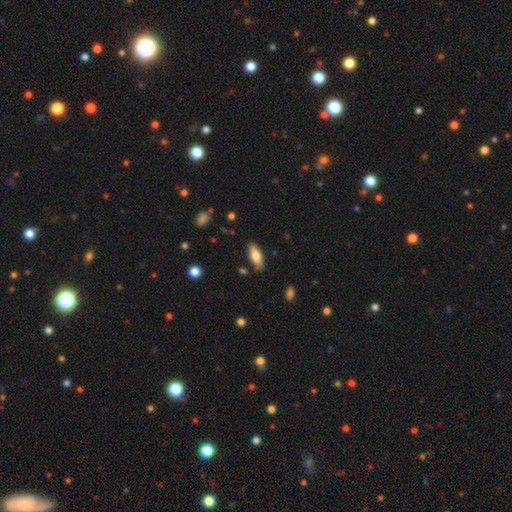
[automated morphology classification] Smooth or featured?
  - smooth: 76% *
  - featured or disk: 18%
  - star or artifact: 6%
How rounded?
  - in between: 72% *
  - cigar-shaped: 26%
  - round: 2%
Merging?
  - none: 82% *
  - minor disturbance: 13%
  - merger: 3%
  - major disturbance: 2%